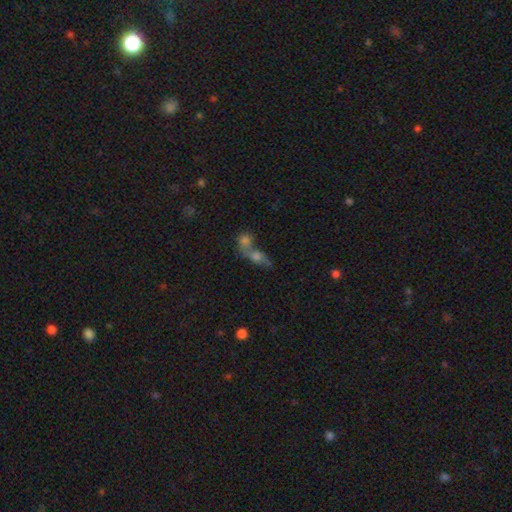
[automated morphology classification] Smooth or featured? Predicted: smooth (p=0.51). How rounded? Predicted: in between (p=0.55). Merging? Predicted: merger (p=0.67).